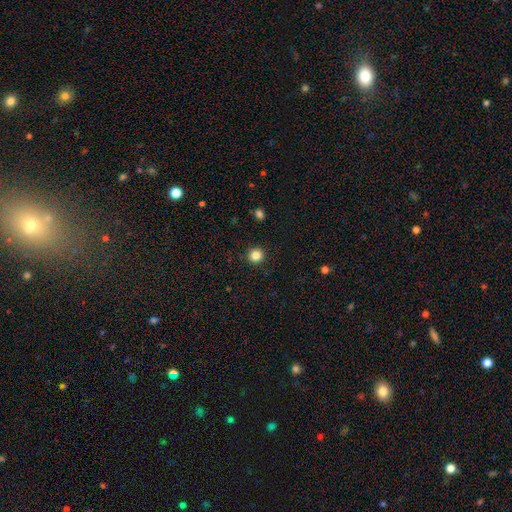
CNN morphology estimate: Smooth or featured: smooth — 84% (star or artifact — 12%)
How rounded: round — 95% (in between — 4%)
Merging: none — 93% (minor disturbance — 5%)